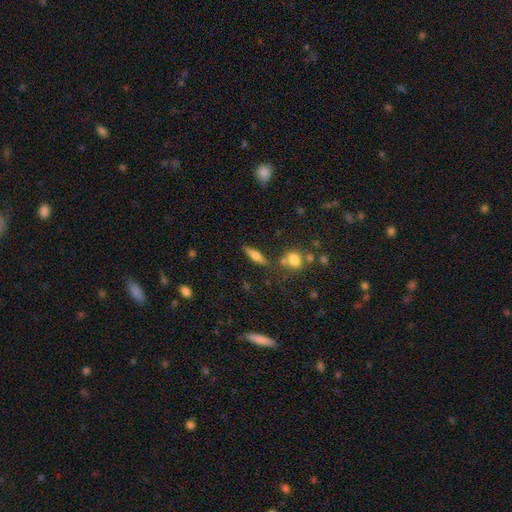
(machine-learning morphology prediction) Overall: smooth (55%; featured or disk 37%). How rounded: cigar-shaped (61%; in between 35%). Merging: none (76%).